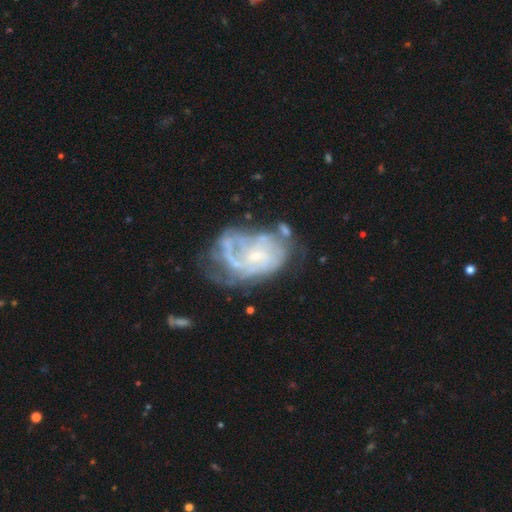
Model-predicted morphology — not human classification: featured or disk 78%, smooth 14%, star or artifact 9%. Down the decision tree: edge-on disk — no (98%); bar — no (67%); spiral arms — yes (73%); spiral arm count — can't tell (50%); spiral winding — tight (45%); bulge size — small (71%); merging — major disturbance (33%).